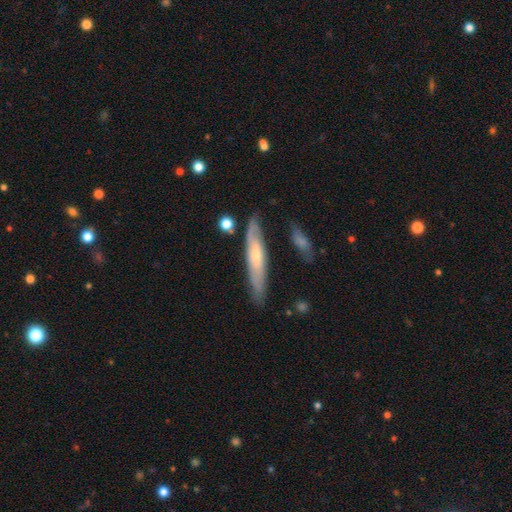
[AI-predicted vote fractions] Overall: featured or disk (53%; smooth 41%). Edge-on disk: yes (60%; no 40%). Merging: none (81%).